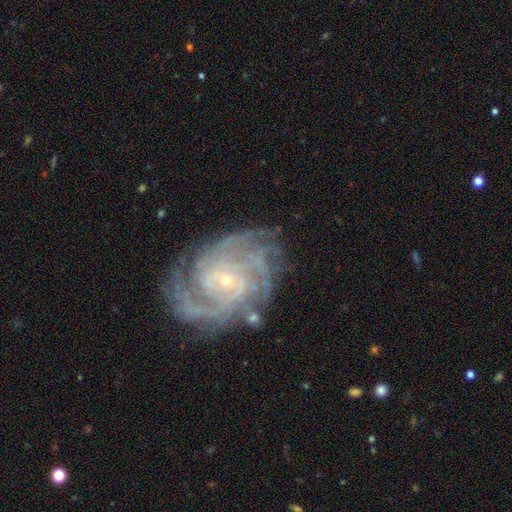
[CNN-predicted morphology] Overall: featured or disk (90%). Edge-on disk: no (97%). Bar: no (67%). Spiral arms: yes (98%). Spiral arm count: 4 (25%; 3 21%). Spiral winding: tight (68%). Bulge size: small (84%). Merging: none (74%).